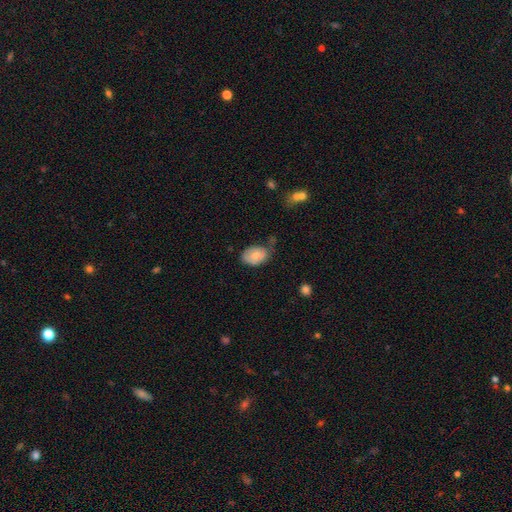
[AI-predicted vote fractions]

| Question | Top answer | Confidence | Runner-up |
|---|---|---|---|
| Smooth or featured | smooth | 78% | featured or disk (15%) |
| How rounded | in between | 85% | round (14%) |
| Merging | none | 52% | minor disturbance (34%) |